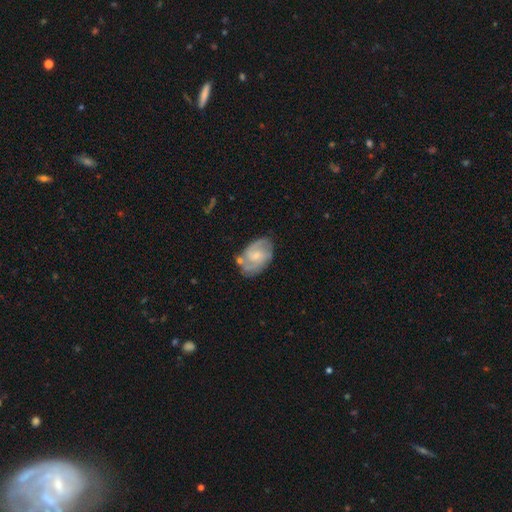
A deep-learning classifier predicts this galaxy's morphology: A featured or disk galaxy (80%) with no bar (52%), 2 (57%) medium (48%) spiral arms (95%) and a small central bulge (61%). Merging: none (66%).